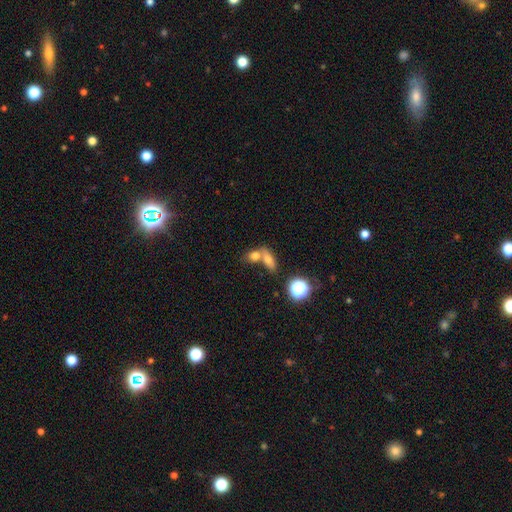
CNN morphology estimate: The model was most divided on "smooth or featured": star or artifact: 45%, smooth: 37%, featured or disk: 18%.